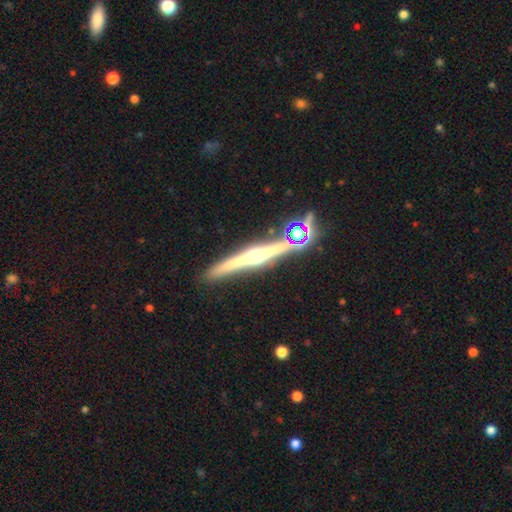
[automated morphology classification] This appears to be a featured or disk galaxy (79%) viewed edge-on (98%) with a rounded central bulge (91%). Merging: none (85%).